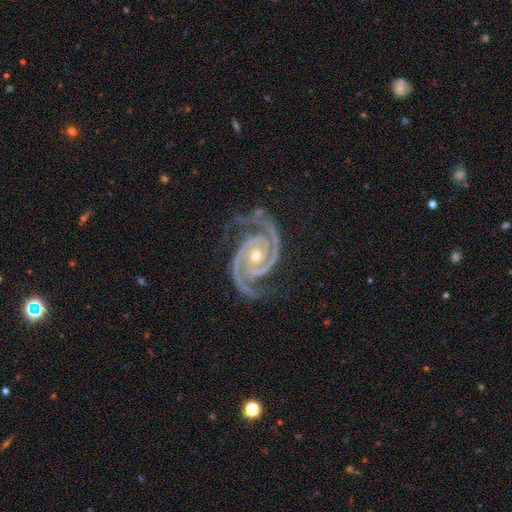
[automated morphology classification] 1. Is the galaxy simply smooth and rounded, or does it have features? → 94% featured or disk, 4% star or artifact, 2% smooth.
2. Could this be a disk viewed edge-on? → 98% no, 2% yes.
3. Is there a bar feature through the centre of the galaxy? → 69% no, 18% weak, 13% strong.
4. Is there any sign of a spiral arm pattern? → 99% yes, 1% no.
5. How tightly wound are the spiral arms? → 62% tight, 34% medium, 4% loose.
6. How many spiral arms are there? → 89% 2, 5% 3, 2% can't tell, 1% 4, 1% 1, 1% more than 4.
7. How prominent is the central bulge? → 54% moderate, 43% small, 1% large, 1% none, 1% dominant.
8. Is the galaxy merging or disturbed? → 76% none, 17% minor disturbance, 6% major disturbance, 2% merger.